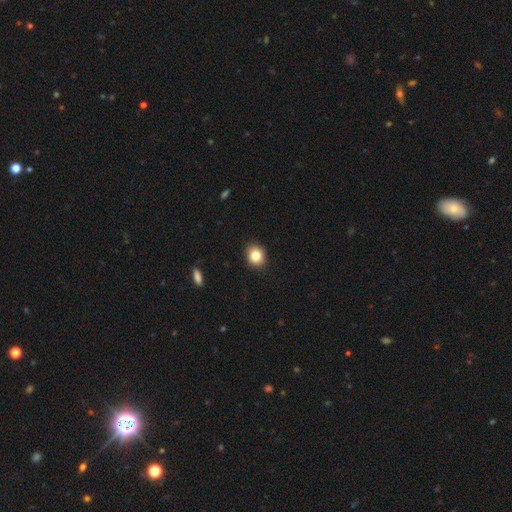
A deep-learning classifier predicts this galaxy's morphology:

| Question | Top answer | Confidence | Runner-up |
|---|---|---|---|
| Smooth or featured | smooth | 83% | star or artifact (10%) |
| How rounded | round | 69% | in between (30%) |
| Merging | none | 90% | minor disturbance (7%) |